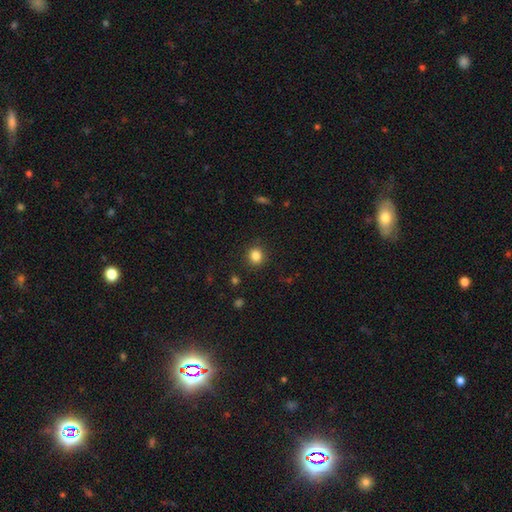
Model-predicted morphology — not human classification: Overall: smooth (84%). How rounded: round (80%). Merging: none (89%).